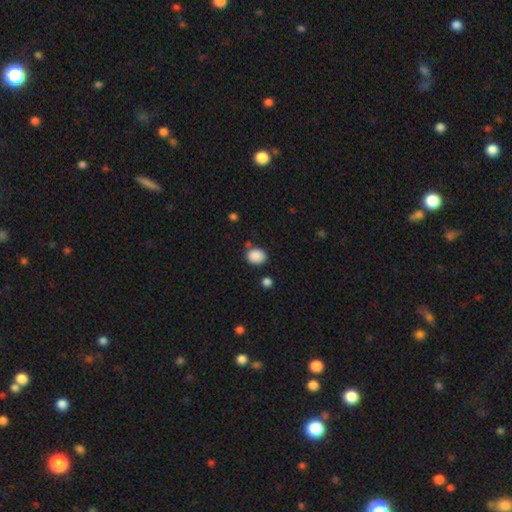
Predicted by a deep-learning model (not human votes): Smooth or featured? Predicted: smooth (p=0.88). How rounded? Predicted: in between (p=0.53). Merging? Predicted: none (p=0.74).